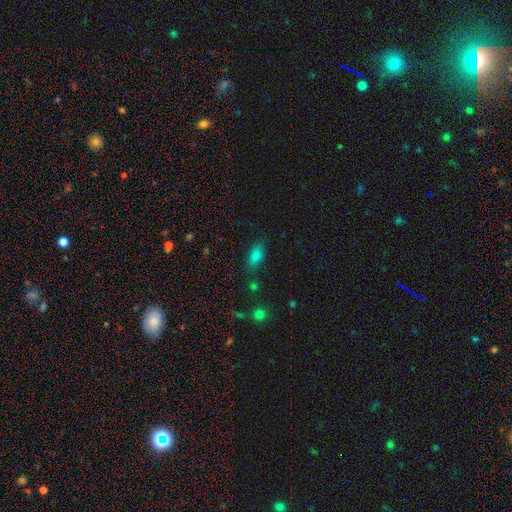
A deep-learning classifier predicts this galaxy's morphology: smooth_or_featured: smooth (p=0.78) [alt: star or artifact p=0.15]
how_rounded: in between (p=0.85) [alt: cigar-shaped p=0.09]
merging: none (p=0.76) [alt: minor disturbance p=0.15]